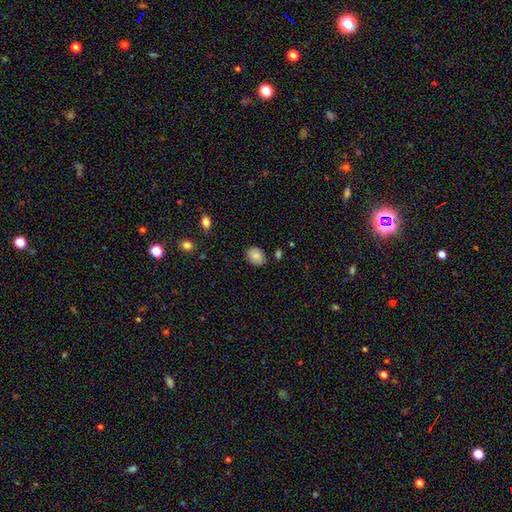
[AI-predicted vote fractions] A smooth galaxy with no disk features (86%) that is in between round and cigar-shaped (66%).

Vote fractions:
- Smooth or featured? smooth: 86% / star or artifact: 8% / featured or disk: 6%
- How rounded? in between: 66% / round: 33% / cigar-shaped: 1%
- Merging? none: 84% / minor disturbance: 11% / merger: 3% / major disturbance: 2%